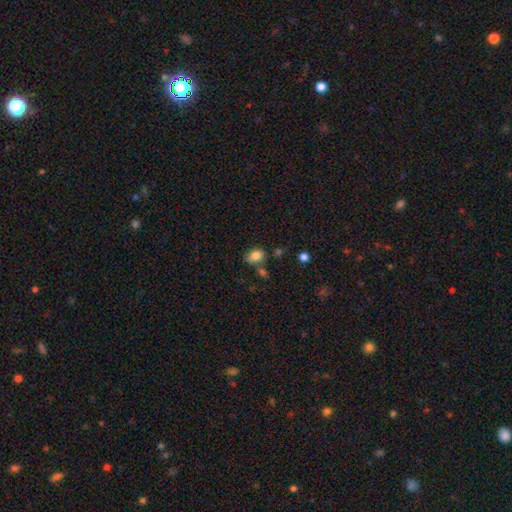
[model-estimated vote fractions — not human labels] smooth-or-featured: smooth: 84% | star or artifact: 10% | featured or disk: 6%
  how-rounded: in between: 72% | round: 27% | cigar-shaped: 1%
  merging: none: 66% | minor disturbance: 17% | merger: 12% | major disturbance: 5%